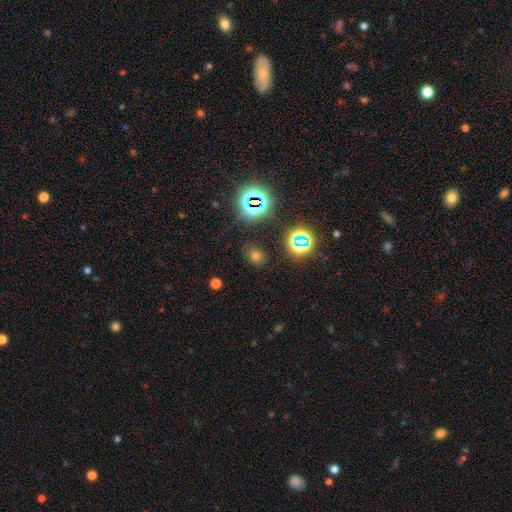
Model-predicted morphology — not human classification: smooth 56%, star or artifact 36%, featured or disk 8%. Down the decision tree: how rounded — in between (51%); merging — none (82%).